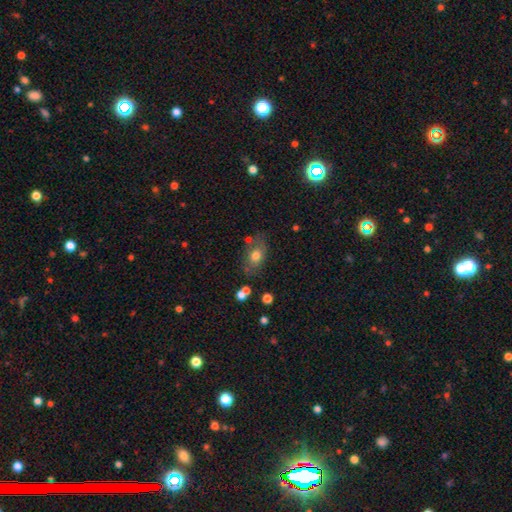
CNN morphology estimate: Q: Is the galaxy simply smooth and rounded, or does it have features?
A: smooth — 69%.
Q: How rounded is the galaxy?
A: in between — 80%.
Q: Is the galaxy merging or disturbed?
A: none — 64%.